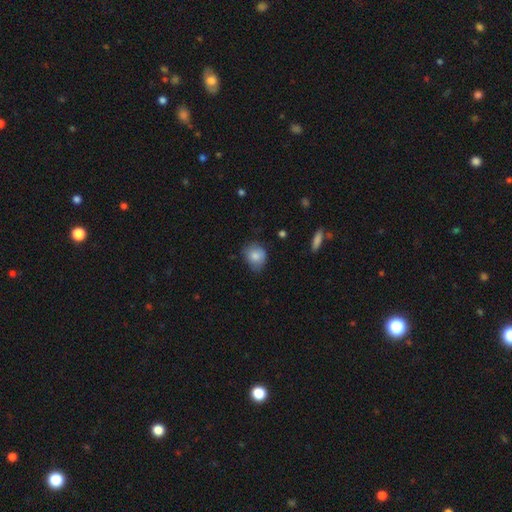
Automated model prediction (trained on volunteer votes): Smooth or featured?
  - smooth: 82% *
  - featured or disk: 10%
  - star or artifact: 8%
How rounded?
  - round: 65% *
  - in between: 34%
  - cigar-shaped: 1%
Merging?
  - none: 65% *
  - minor disturbance: 28%
  - major disturbance: 5%
  - merger: 2%